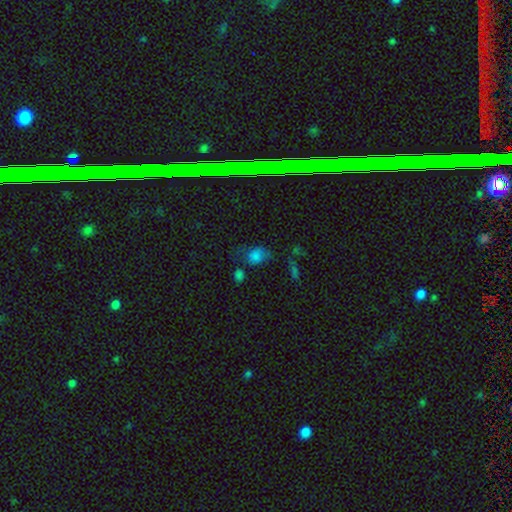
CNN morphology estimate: The model was most divided on "merging": none: 43%, minor disturbance: 25%, major disturbance: 18%, merger: 13%. More confident: smooth or featured — smooth (73%); how rounded — in between (64%).